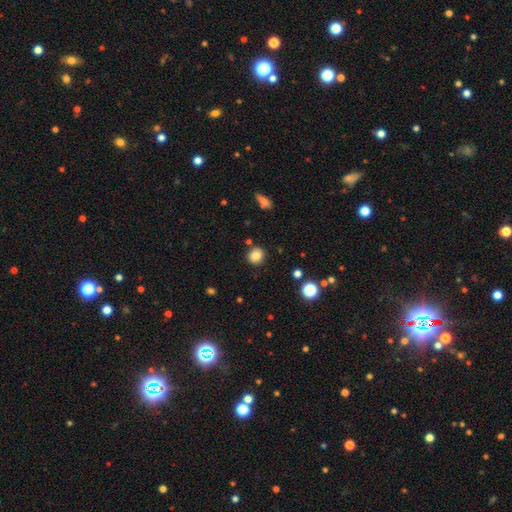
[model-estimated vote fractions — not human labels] smooth_or_featured: smooth (p=0.83) [alt: star or artifact p=0.11]
how_rounded: round (p=0.81) [alt: in between p=0.18]
merging: none (p=0.83) [alt: minor disturbance p=0.11]